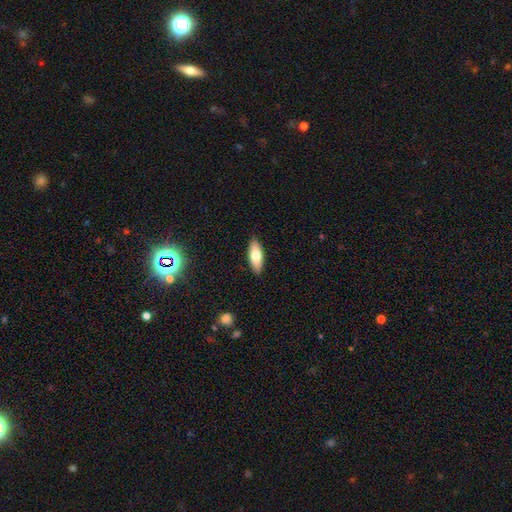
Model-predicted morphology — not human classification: Smooth or featured? Predicted: smooth (p=0.72). How rounded? Predicted: in between (p=0.73). Merging? Predicted: none (p=0.89).